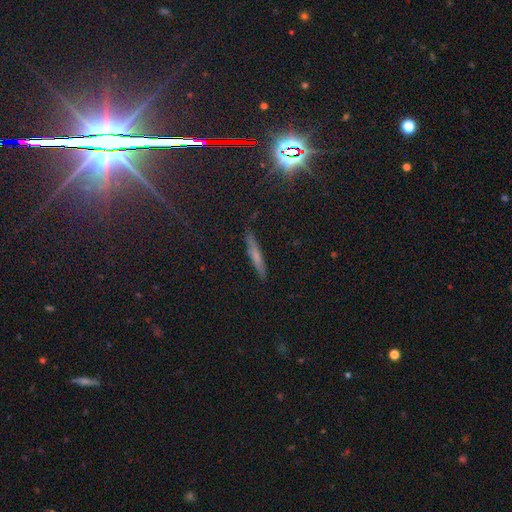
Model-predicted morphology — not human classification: Smooth or featured? Predicted: smooth (p=0.52). How rounded? Predicted: cigar-shaped (p=0.92). Merging? Predicted: none (p=0.87).